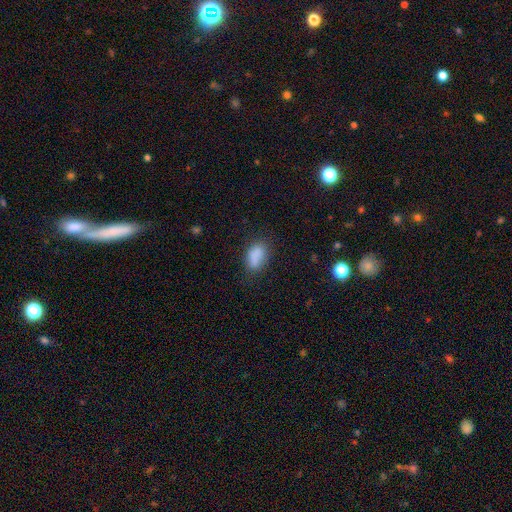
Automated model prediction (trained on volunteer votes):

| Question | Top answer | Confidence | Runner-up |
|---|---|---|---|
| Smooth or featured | smooth | 84% | star or artifact (9%) |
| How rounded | in between | 89% | round (8%) |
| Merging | none | 69% | minor disturbance (21%) |